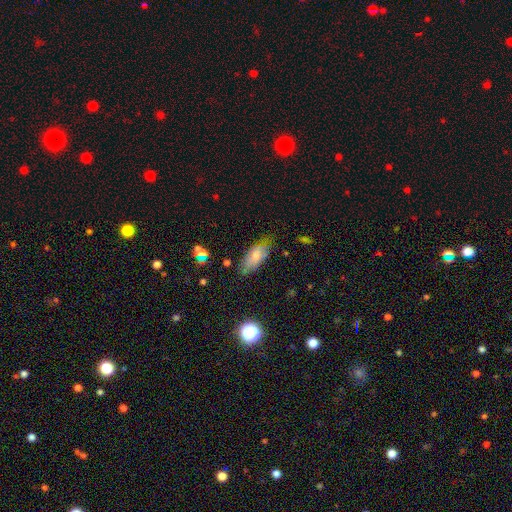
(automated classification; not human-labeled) A smooth galaxy with no disk features (69%) that is in between round and cigar-shaped (80%). Merging: none (69%).